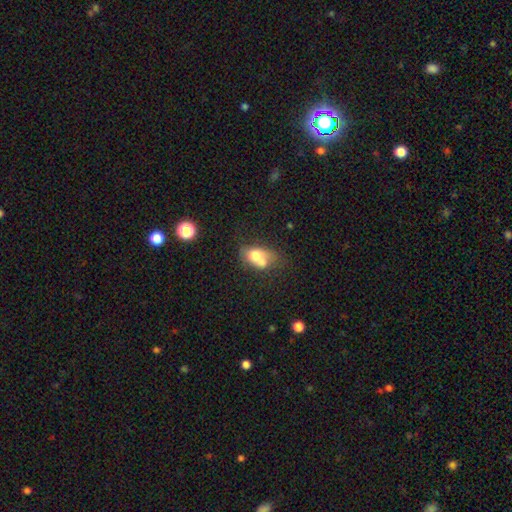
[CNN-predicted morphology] Smooth or featured?
  - smooth: 65% *
  - featured or disk: 24%
  - star or artifact: 11%
How rounded?
  - in between: 71% *
  - round: 27%
  - cigar-shaped: 2%
Merging?
  - merger: 45% *
  - none: 25%
  - minor disturbance: 18%
  - major disturbance: 13%